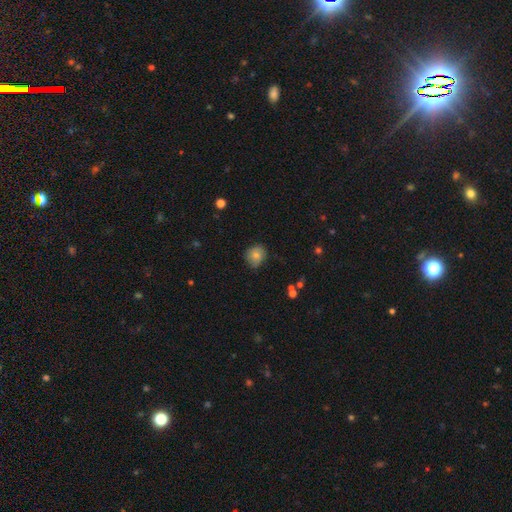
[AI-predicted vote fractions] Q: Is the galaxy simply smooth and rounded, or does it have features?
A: smooth — 70%.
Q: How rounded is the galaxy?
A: round — 77%.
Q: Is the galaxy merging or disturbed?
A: none — 68%.